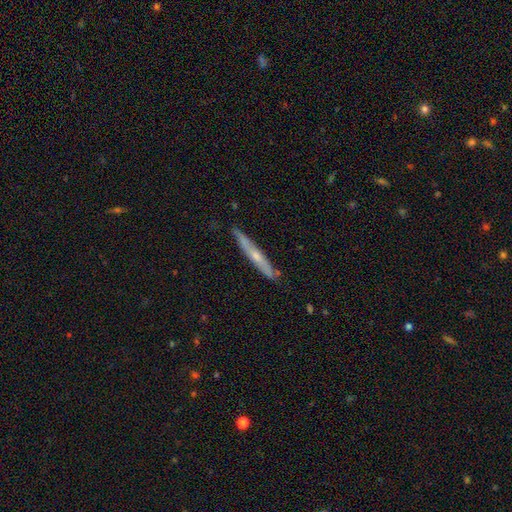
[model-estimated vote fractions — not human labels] Morphology: type=featured or disk (58%); edge-on=yes (92%); edge-on bulge=rounded (64%); merging=none (87%).